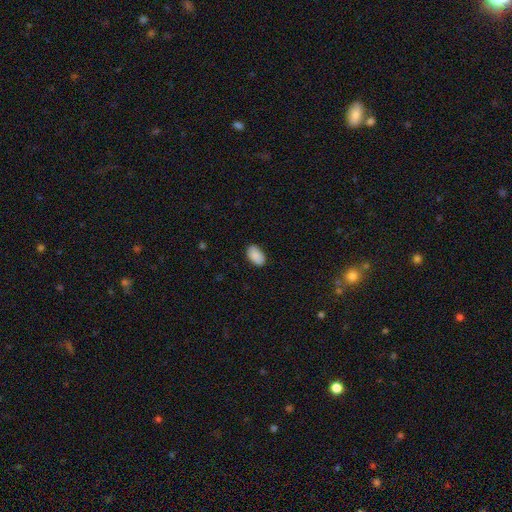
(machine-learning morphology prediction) Smooth or featured?
  - smooth: 90% *
  - star or artifact: 7%
  - featured or disk: 4%
How rounded?
  - in between: 92% *
  - round: 6%
  - cigar-shaped: 1%
Merging?
  - none: 86% *
  - minor disturbance: 11%
  - major disturbance: 2%
  - merger: 1%